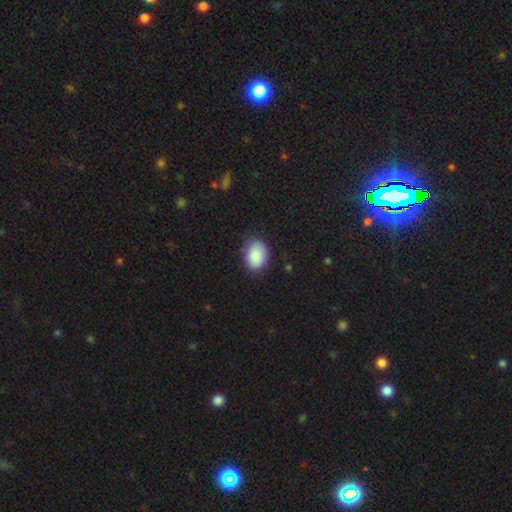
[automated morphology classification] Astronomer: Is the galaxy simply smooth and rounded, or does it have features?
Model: smooth — 88%.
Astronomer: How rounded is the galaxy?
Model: in between — 78%.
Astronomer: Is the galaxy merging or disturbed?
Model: none — 79%.